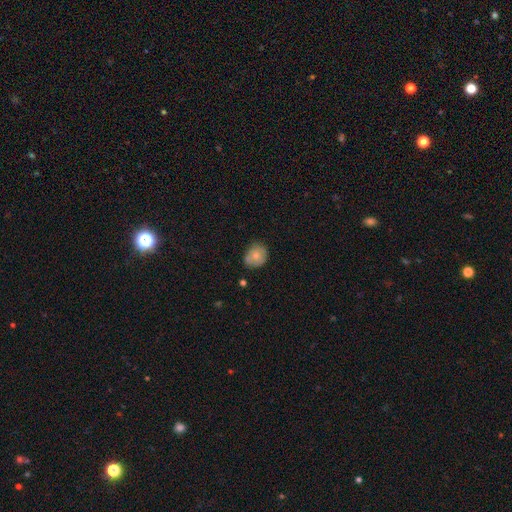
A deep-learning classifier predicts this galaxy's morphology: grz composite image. It shows a smooth galaxy with no disk features (72%) that is round (63%). Merging: none (66%).